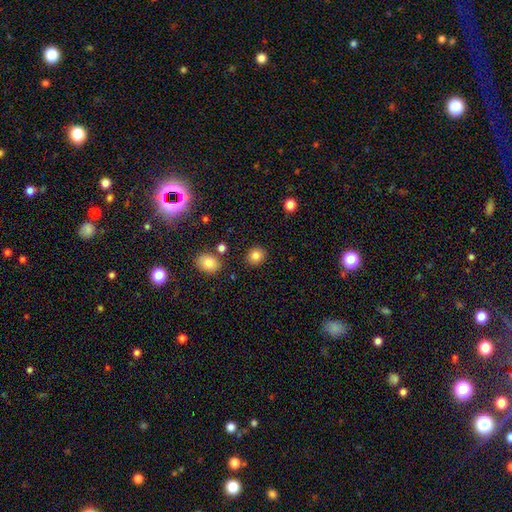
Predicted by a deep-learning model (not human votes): This is clearly a smooth galaxy (83%). How rounded: likely round (75%). Merging: clearly none (87%).